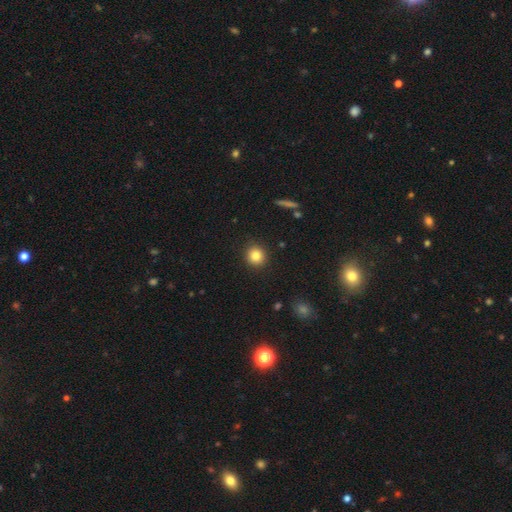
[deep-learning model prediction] The model was most divided on "smooth or featured": smooth: 83%, star or artifact: 11%, featured or disk: 7%. More confident: merging — none (90%); how rounded — round (86%).